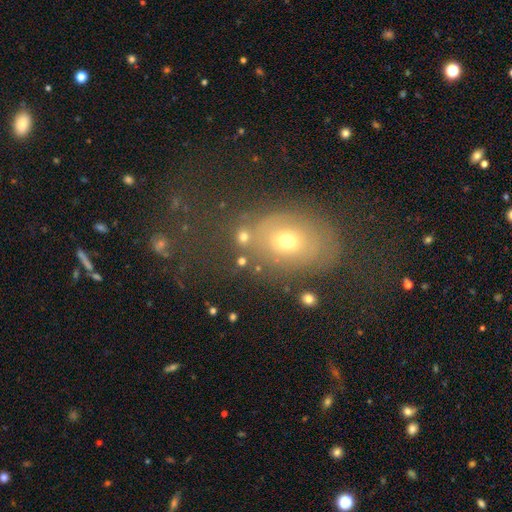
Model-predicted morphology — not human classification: A smooth galaxy with no disk features (55%) that is in between round and cigar-shaped (59%).

Vote fractions:
- Smooth or featured? smooth: 55% / featured or disk: 23% / star or artifact: 23%
- How rounded? in between: 59% / round: 39% / cigar-shaped: 2%
- Merging? none: 54% / major disturbance: 22% / minor disturbance: 17% / merger: 8%